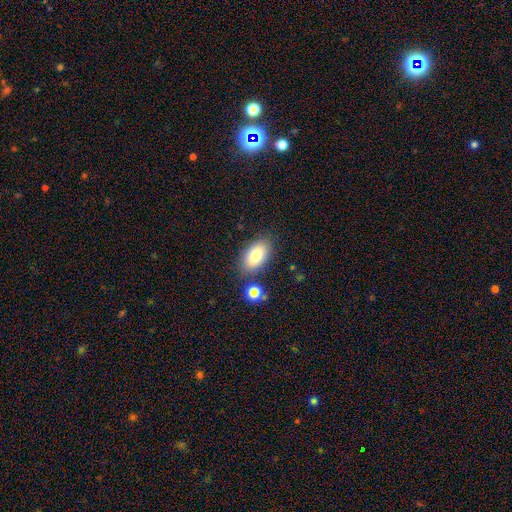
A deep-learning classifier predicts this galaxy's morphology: Overall: smooth (78%). How rounded: in between (91%). Merging: none (77%).